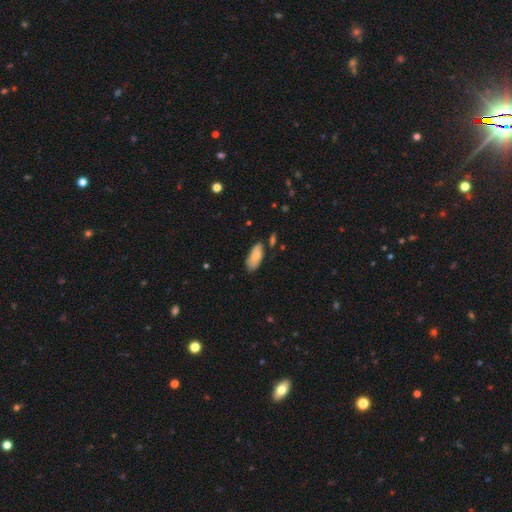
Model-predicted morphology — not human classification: This is clearly a smooth galaxy (80%). How rounded: clearly in between (86%). Merging: likely none (68%).